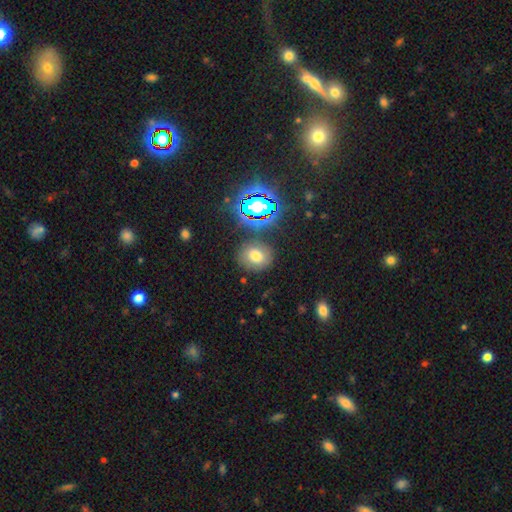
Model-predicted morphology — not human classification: smooth-or-featured: smooth: 67% | star or artifact: 20% | featured or disk: 13%
  how-rounded: round: 64% | in between: 34% | cigar-shaped: 1%
  merging: none: 79% | minor disturbance: 12% | major disturbance: 5% | merger: 4%